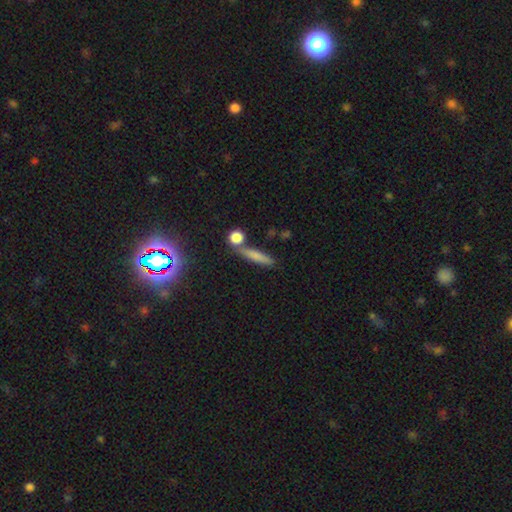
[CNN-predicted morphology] A smooth galaxy with no disk features (71%) that is cigar-shaped (78%). Merging: none (69%).